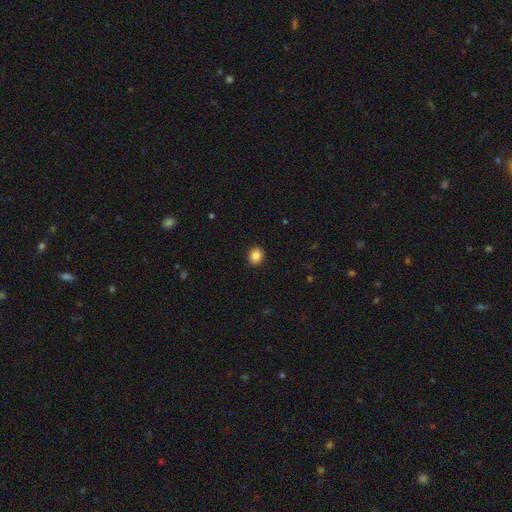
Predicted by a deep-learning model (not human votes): Morphology: type=smooth (86%); roundness=round (78%); merging=none (92%).